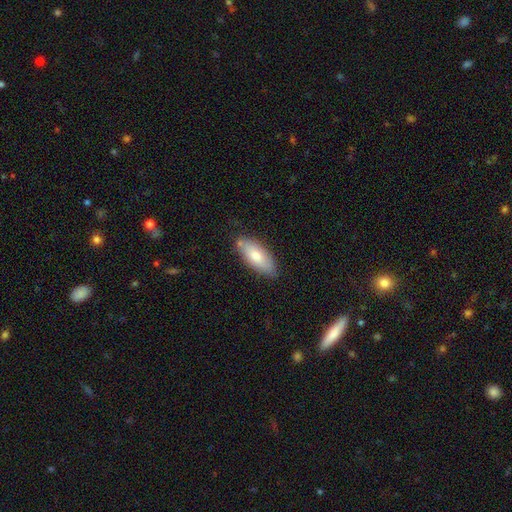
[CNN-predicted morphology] Smooth or featured? Predicted: smooth (p=0.75). How rounded? Predicted: in between (p=0.79). Merging? Predicted: none (p=0.78).